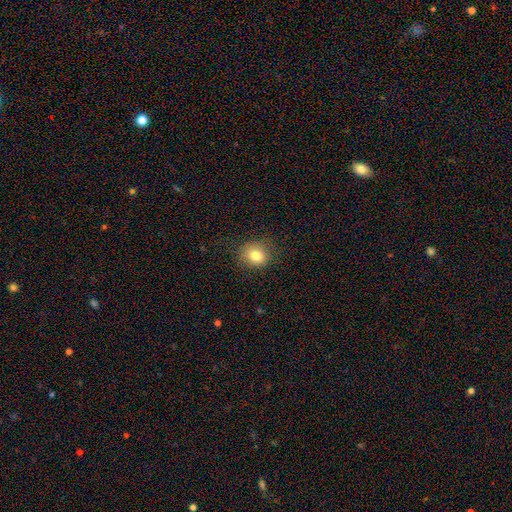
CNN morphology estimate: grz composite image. It shows a smooth galaxy with no disk features (80%) that is round (76%). Merging: none (84%).